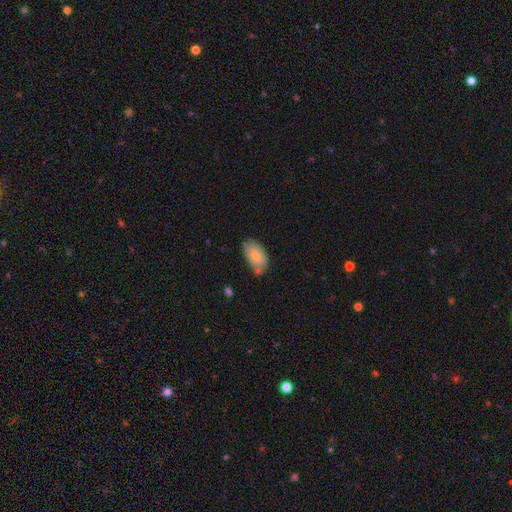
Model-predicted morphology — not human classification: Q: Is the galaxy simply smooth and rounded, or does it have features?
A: smooth — 79%.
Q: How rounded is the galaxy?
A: in between — 94%.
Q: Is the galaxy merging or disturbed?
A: none — 64%.